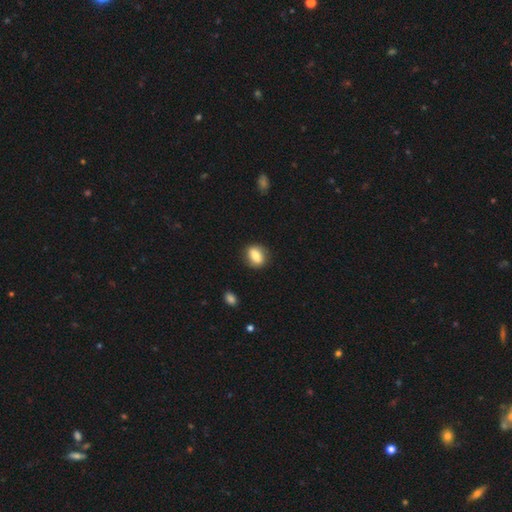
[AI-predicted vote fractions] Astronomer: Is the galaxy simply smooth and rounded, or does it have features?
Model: smooth — 77%.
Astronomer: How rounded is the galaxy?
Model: in between — 61% (runner-up: round, 37%).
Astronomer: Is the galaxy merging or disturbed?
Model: none — 85%.